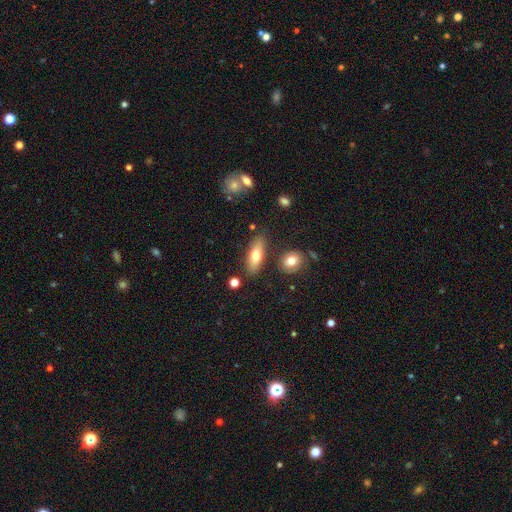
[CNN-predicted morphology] Smooth or featured? smooth (70%)
How rounded? in between (63%)
Merging? none (82%)